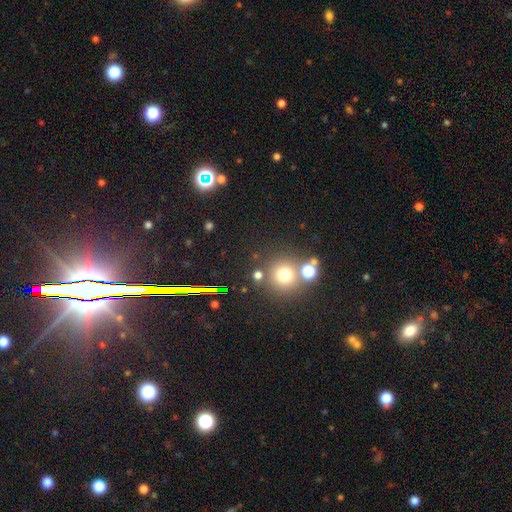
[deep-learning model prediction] Q: Smooth or featured?
A: star or artifact (72%); runner-up: smooth (19%)